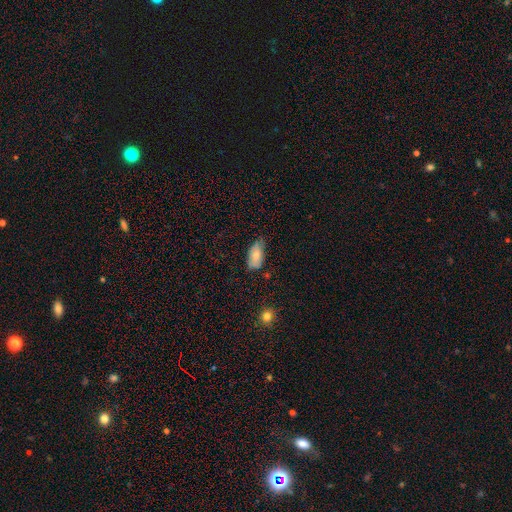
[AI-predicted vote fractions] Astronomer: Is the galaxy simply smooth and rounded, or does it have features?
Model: smooth — 79%.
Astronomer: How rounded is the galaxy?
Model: in between — 92%.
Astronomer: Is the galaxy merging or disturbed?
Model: none — 53% (runner-up: minor disturbance, 37%).